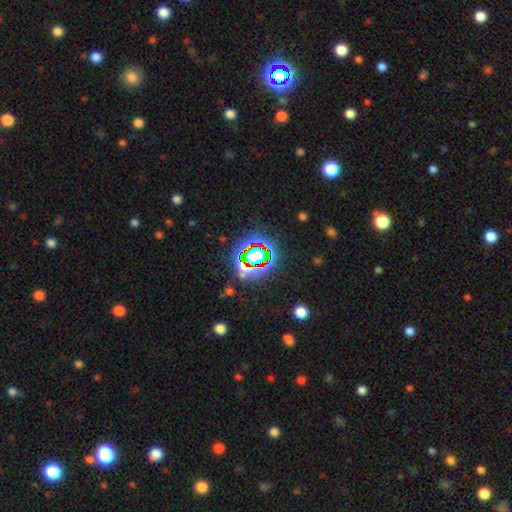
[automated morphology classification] Smooth or featured? Predicted: star or artifact (p=0.68).